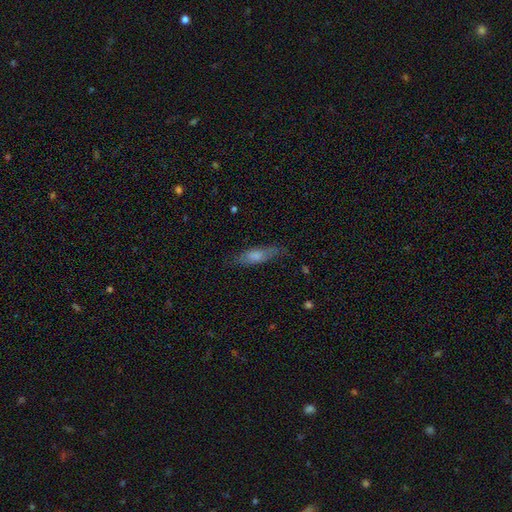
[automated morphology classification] The model was most divided on "how rounded": cigar-shaped: 53%, in between: 45%, round: 2%. More confident: merging — none (72%); smooth or featured — smooth (69%).